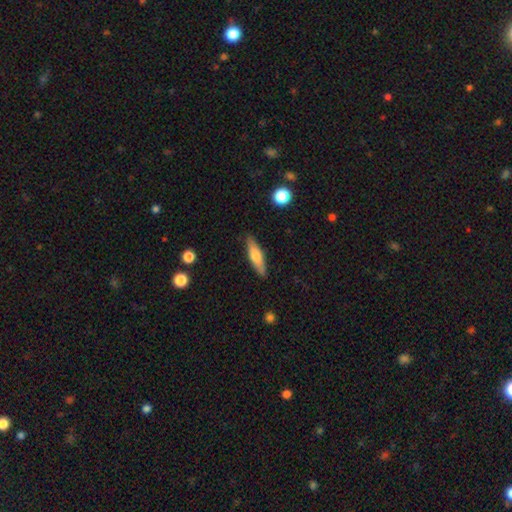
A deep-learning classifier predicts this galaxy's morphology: smooth_or_featured: smooth (p=0.63) [alt: featured or disk p=0.31]
how_rounded: cigar-shaped (p=0.67) [alt: in between p=0.31]
merging: none (p=0.87) [alt: minor disturbance p=0.09]